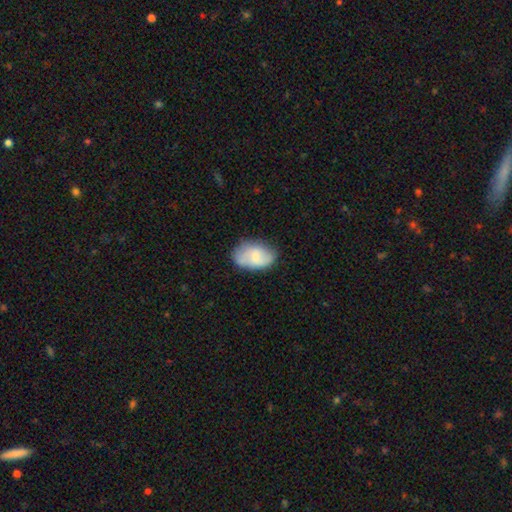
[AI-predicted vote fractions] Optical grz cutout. It shows a smooth galaxy with no disk features (61%) that is in between round and cigar-shaped (87%). Merging: none (67%).